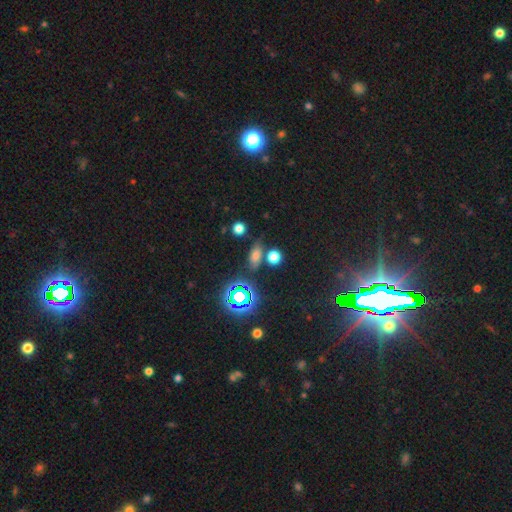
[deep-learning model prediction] Q: Smooth or featured?
A: smooth (59%); runner-up: star or artifact (32%)
Q: How rounded?
A: in between (66%); runner-up: round (23%)
Q: Merging?
A: none (76%); runner-up: minor disturbance (12%)